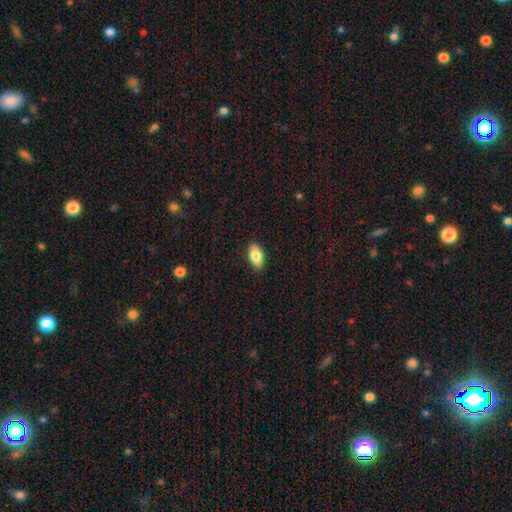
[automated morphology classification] A smooth galaxy with no disk features (80%) that is in between round and cigar-shaped (89%).

Vote fractions:
- Smooth or featured? smooth: 80% / featured or disk: 13% / star or artifact: 7%
- How rounded? in between: 89% / cigar-shaped: 8% / round: 3%
- Merging? none: 89% / minor disturbance: 8% / major disturbance: 2% / merger: 1%